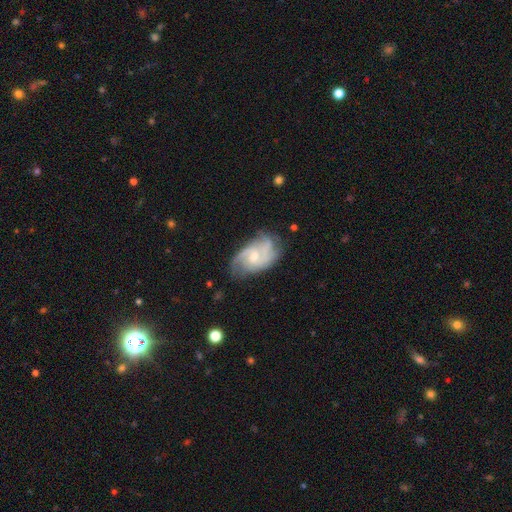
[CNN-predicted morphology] Smooth or featured: featured or disk — 80% (smooth — 15%)
Edge-on disk: no — 97% (yes — 3%)
Bar: no — 56% (weak — 39%)
Spiral arms: yes — 93% (no — 7%)
Spiral winding: medium — 46% (tight — 35%)
Spiral arm count: 2 — 43% (can't tell — 22%)
Bulge size: small — 48% (moderate — 46%)
Merging: none — 60% (minor disturbance — 26%)